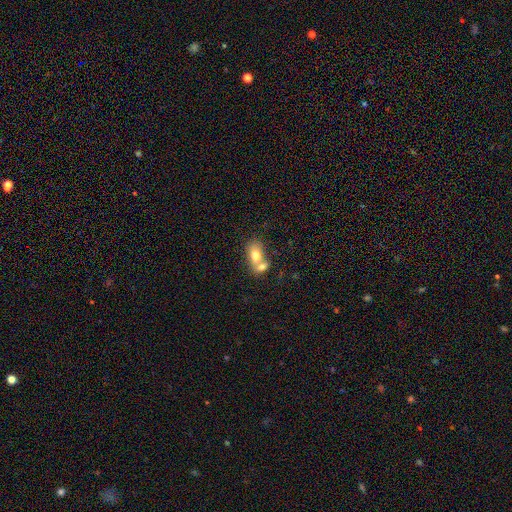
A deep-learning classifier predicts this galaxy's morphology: A smooth galaxy with no disk features (73%) that is in between round and cigar-shaped (80%). Merging: merger (66%).